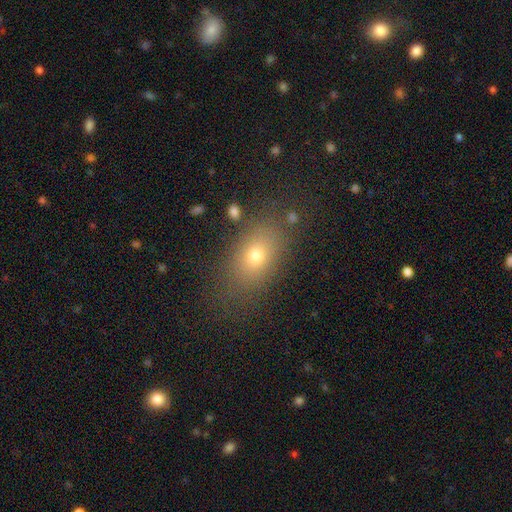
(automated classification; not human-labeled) A smooth galaxy with no disk features (72%) that is in between round and cigar-shaped (80%).

Vote fractions:
- Smooth or featured? smooth: 72% / featured or disk: 14% / star or artifact: 14%
- How rounded? in between: 80% / round: 17% / cigar-shaped: 3%
- Merging? none: 77% / minor disturbance: 14% / major disturbance: 7% / merger: 3%